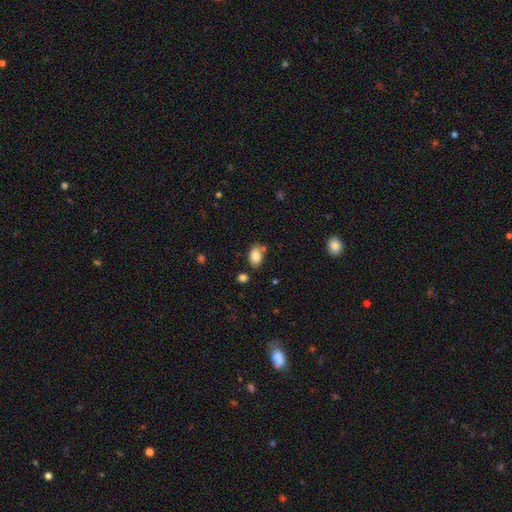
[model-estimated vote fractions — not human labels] A smooth galaxy with no disk features (83%) that is in between round and cigar-shaped (86%). Merging: none (70%).